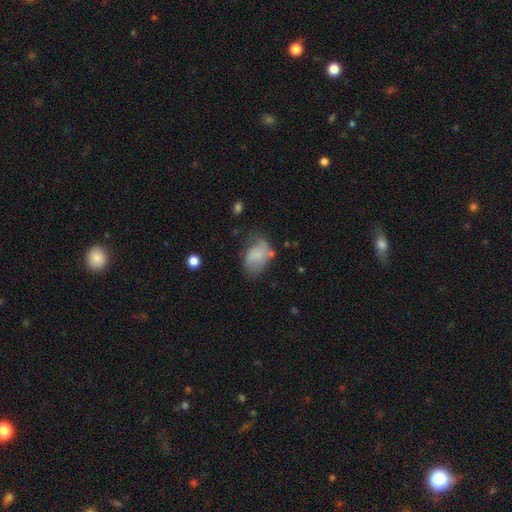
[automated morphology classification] A smooth galaxy with no disk features (66%) that is in between round and cigar-shaped (83%).

Vote fractions:
- Smooth or featured? smooth: 66% / featured or disk: 26% / star or artifact: 8%
- How rounded? in between: 83% / round: 15% / cigar-shaped: 1%
- Merging? none: 44% / minor disturbance: 33% / major disturbance: 18% / merger: 6%